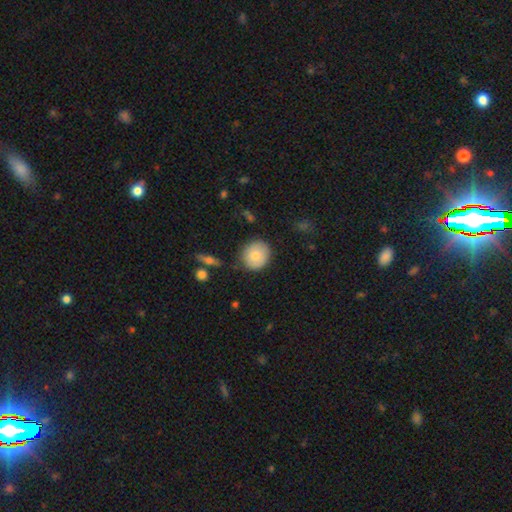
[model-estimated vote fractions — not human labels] smooth 77%, featured or disk 16%, star or artifact 7%. Down the decision tree: how rounded — round (86%); merging — none (83%).